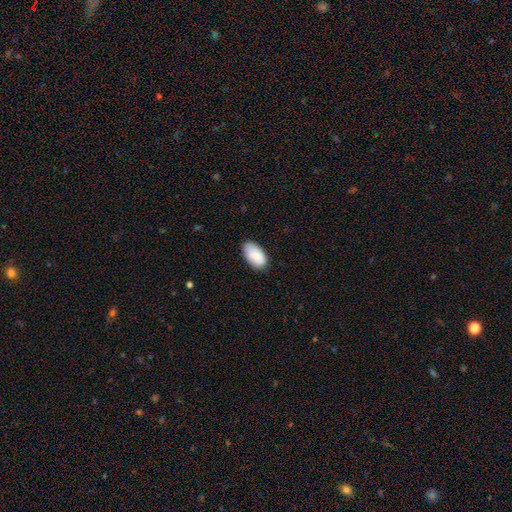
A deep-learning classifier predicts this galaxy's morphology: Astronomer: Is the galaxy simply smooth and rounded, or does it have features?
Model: smooth — 87%.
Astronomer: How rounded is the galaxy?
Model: in between — 95%.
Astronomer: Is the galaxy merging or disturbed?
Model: none — 79%.